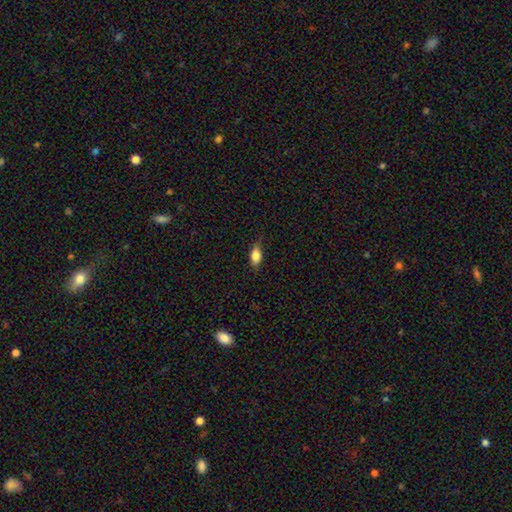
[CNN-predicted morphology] Smooth or featured?
  - smooth: 77% *
  - featured or disk: 14%
  - star or artifact: 9%
How rounded?
  - in between: 82% *
  - cigar-shaped: 9%
  - round: 9%
Merging?
  - none: 63% *
  - minor disturbance: 28%
  - major disturbance: 7%
  - merger: 1%